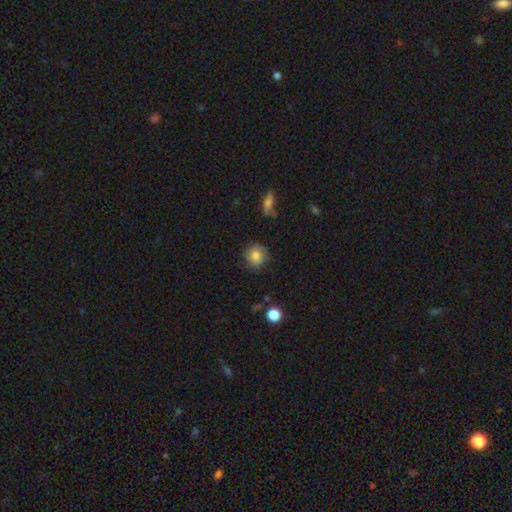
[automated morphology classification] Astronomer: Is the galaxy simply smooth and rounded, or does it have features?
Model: smooth — 80%.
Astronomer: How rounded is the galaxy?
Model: round — 85%.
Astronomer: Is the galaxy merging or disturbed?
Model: none — 80%.